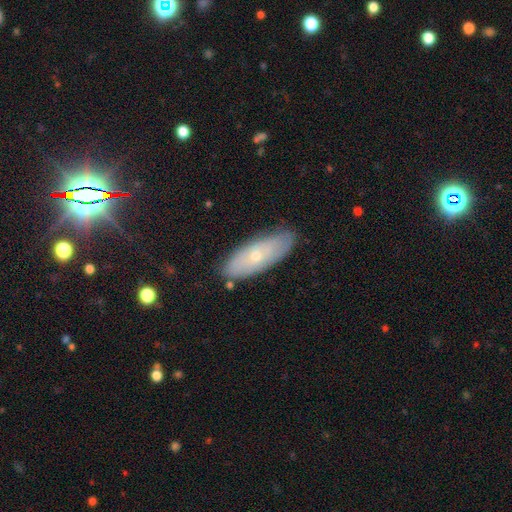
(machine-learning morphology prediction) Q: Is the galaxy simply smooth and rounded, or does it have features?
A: smooth — 50%.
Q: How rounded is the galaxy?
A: in between — 69%.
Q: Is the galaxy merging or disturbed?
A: none — 81%.